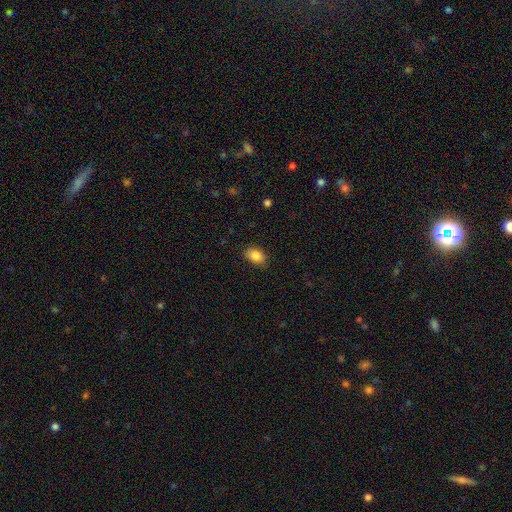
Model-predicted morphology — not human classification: Smooth or featured? Predicted: smooth (p=0.86). How rounded? Predicted: in between (p=0.84). Merging? Predicted: none (p=0.83).